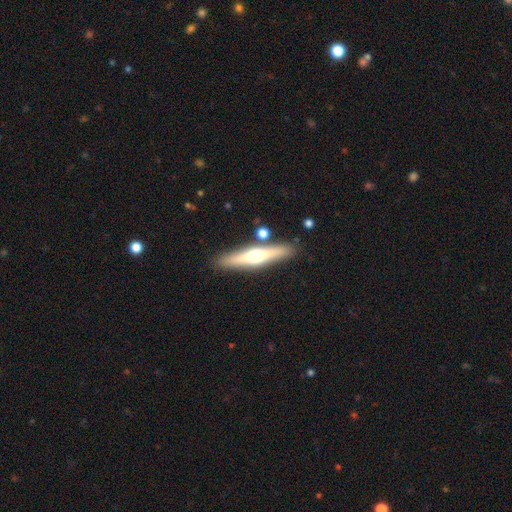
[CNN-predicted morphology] Smooth or featured? Predicted: featured or disk (p=0.55). Edge-on disk? Predicted: yes (p=0.94). Edge-on bulge? Predicted: rounded (p=0.92). Merging? Predicted: none (p=0.84).